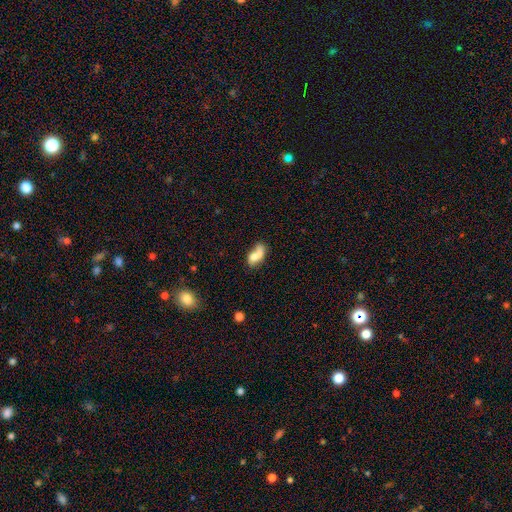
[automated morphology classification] smooth-or-featured: smooth: 64% | featured or disk: 27% | star or artifact: 9%
  how-rounded: in between: 79% | round: 15% | cigar-shaped: 6%
  merging: merger: 50% | none: 24% | minor disturbance: 14% | major disturbance: 12%